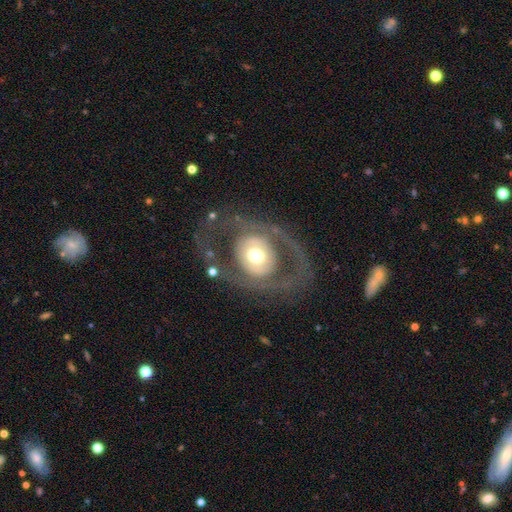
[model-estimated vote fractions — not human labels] A featured or disk galaxy (62%) with no bar (78%), no spiral arms (64%) and a moderate central bulge (59%). Merging: none (59%).